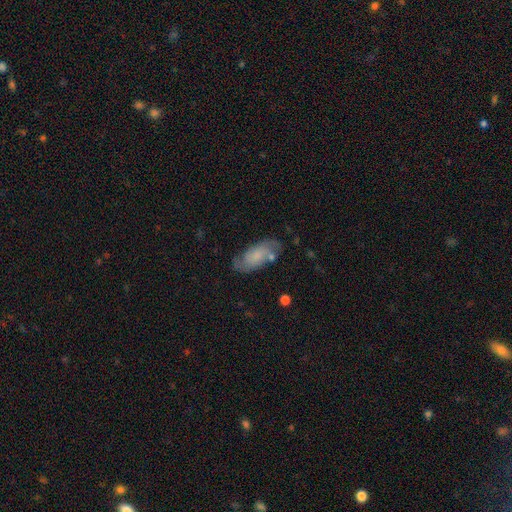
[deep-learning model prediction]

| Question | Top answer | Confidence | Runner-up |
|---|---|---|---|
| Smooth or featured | smooth | 56% | featured or disk (36%) |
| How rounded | in between | 85% | cigar-shaped (13%) |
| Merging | none | 66% | minor disturbance (22%) |